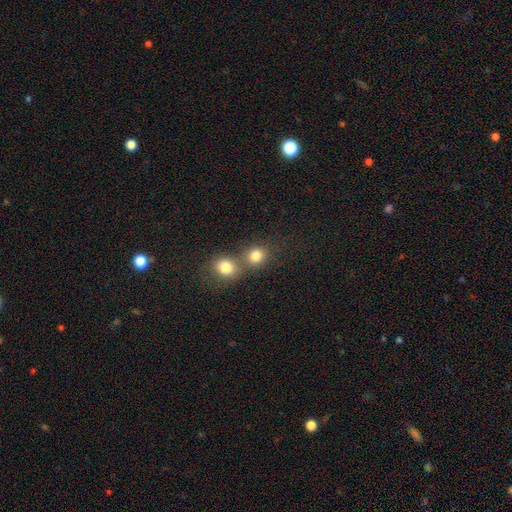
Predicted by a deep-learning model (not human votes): smooth 81%, star or artifact 12%, featured or disk 7%. Down the decision tree: how rounded — round (83%); merging — none (47%).